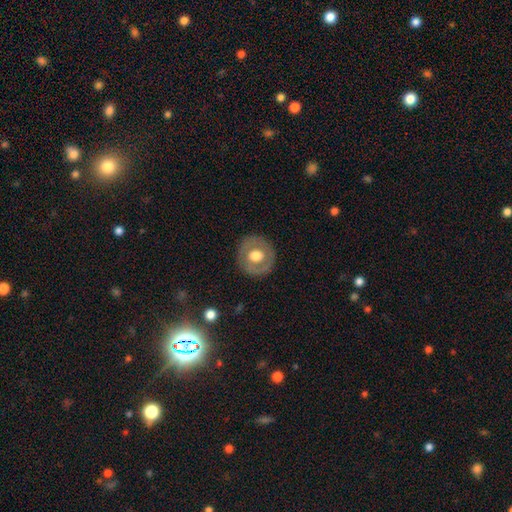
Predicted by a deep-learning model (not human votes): This appears to be a smooth galaxy with no disk features (49%). Merging: none (85%).